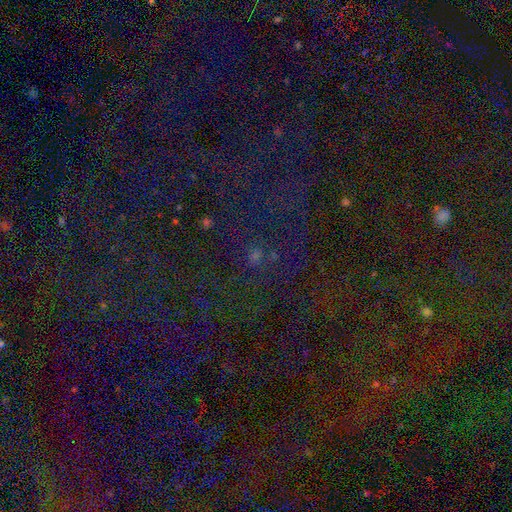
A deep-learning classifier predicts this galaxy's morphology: smooth_or_featured: star or artifact (p=0.65) [alt: smooth p=0.25]